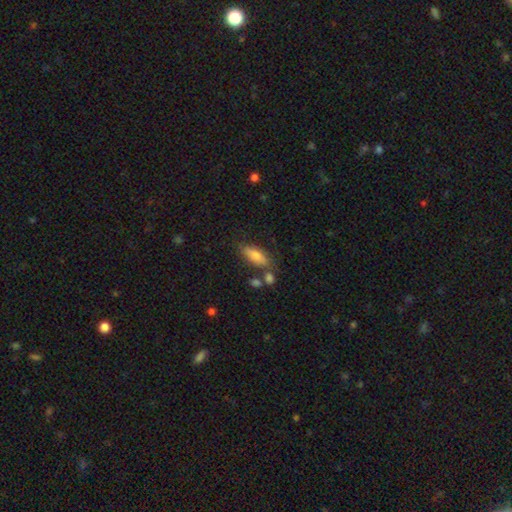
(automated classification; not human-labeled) Q: Smooth or featured?
A: smooth (77%); runner-up: featured or disk (16%)
Q: How rounded?
A: in between (66%); runner-up: cigar-shaped (31%)
Q: Merging?
A: none (68%); runner-up: minor disturbance (16%)